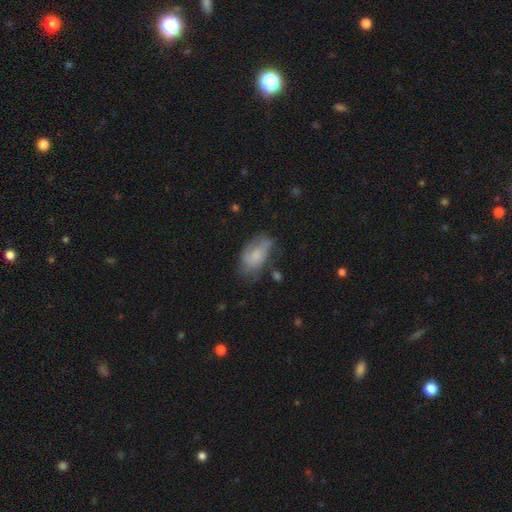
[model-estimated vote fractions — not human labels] Smooth or featured?
  - smooth: 57% *
  - featured or disk: 35%
  - star or artifact: 8%
How rounded?
  - in between: 91% *
  - round: 6%
  - cigar-shaped: 3%
Merging?
  - none: 48% *
  - minor disturbance: 32%
  - major disturbance: 16%
  - merger: 4%